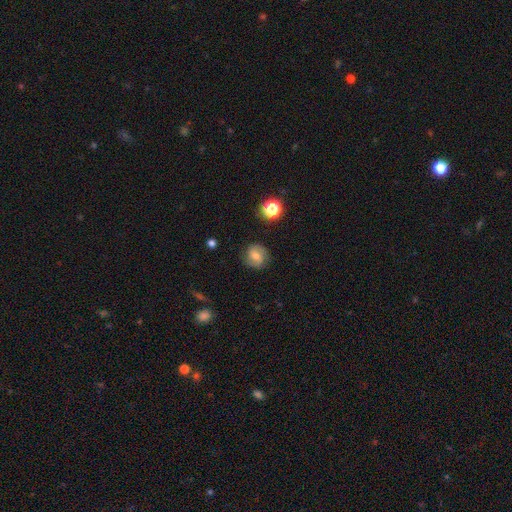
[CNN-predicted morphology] Smooth or featured? Predicted: smooth (p=0.48). Merging? Predicted: none (p=0.83).